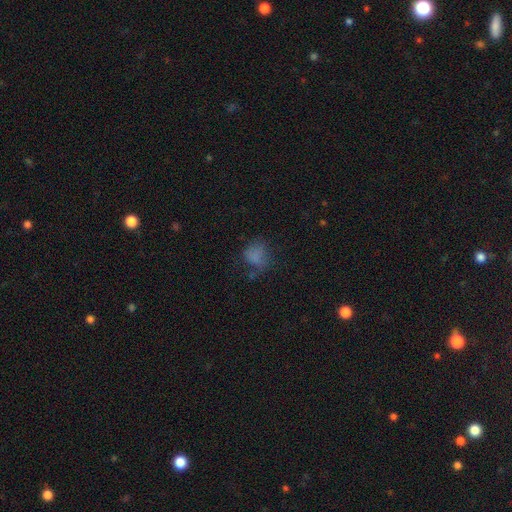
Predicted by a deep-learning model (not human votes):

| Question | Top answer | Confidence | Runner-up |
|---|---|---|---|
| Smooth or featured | smooth | 67% | star or artifact (18%) |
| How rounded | round | 50% | in between (49%) |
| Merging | none | 43% | major disturbance (27%) |